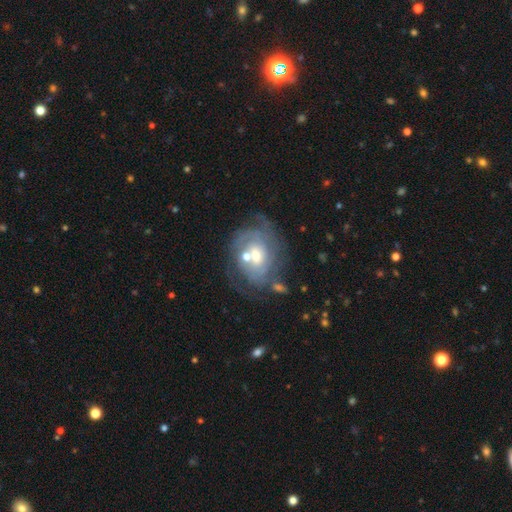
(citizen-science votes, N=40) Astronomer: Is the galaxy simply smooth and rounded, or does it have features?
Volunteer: featured or disk — 90%.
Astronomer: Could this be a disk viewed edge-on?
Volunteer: no — 100%.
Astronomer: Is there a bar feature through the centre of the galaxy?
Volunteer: no — 53% (runner-up: weak, 39%).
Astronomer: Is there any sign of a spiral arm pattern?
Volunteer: yes — 97%.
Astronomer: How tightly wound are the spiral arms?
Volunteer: tight — 57% (runner-up: medium, 34%).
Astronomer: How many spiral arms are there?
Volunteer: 2 — 46% (runner-up: can't tell, 34%).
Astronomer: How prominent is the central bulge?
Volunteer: moderate — 61%.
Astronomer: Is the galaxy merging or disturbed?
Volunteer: none — 51%.